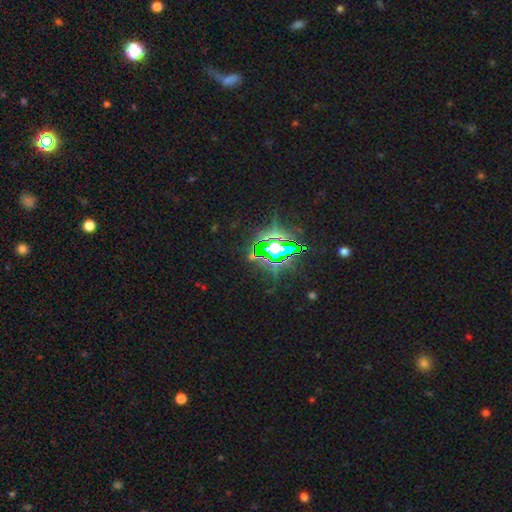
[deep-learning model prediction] Smooth or featured? Predicted: star or artifact (p=0.80).